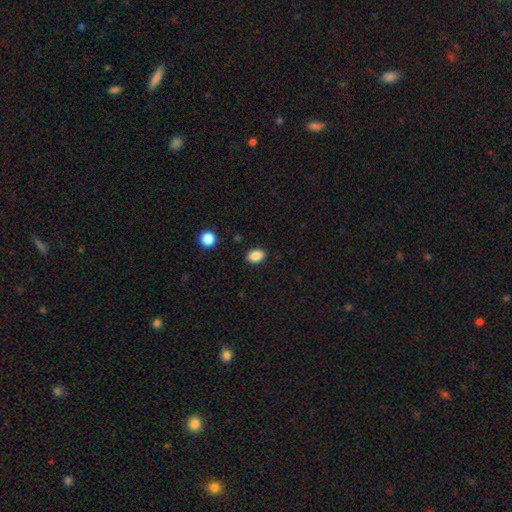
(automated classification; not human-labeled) Morphology: type=smooth (87%); roundness=in between (83%); merging=none (88%).